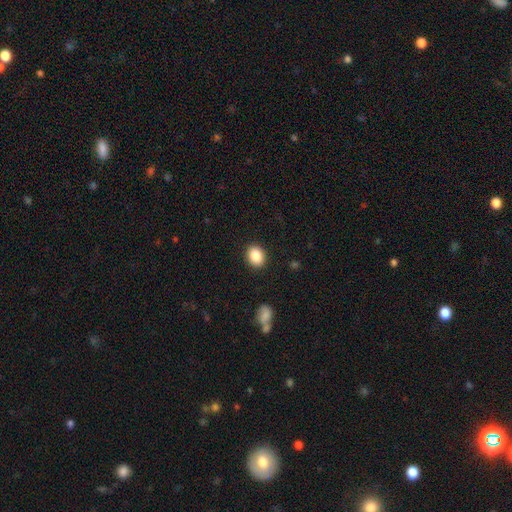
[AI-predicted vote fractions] A smooth galaxy with no disk features (88%) that is in between round and cigar-shaped (55%).

Vote fractions:
- Smooth or featured? smooth: 88% / star or artifact: 8% / featured or disk: 4%
- How rounded? in between: 55% / round: 44% / cigar-shaped: 1%
- Merging? none: 89% / minor disturbance: 7% / major disturbance: 2% / merger: 1%